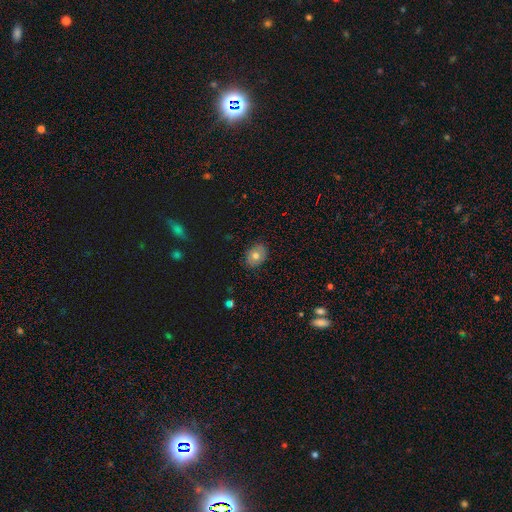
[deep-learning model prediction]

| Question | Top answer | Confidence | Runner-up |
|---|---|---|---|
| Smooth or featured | smooth | 71% | featured or disk (17%) |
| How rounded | in between | 60% | round (39%) |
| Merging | none | 86% | minor disturbance (11%) |